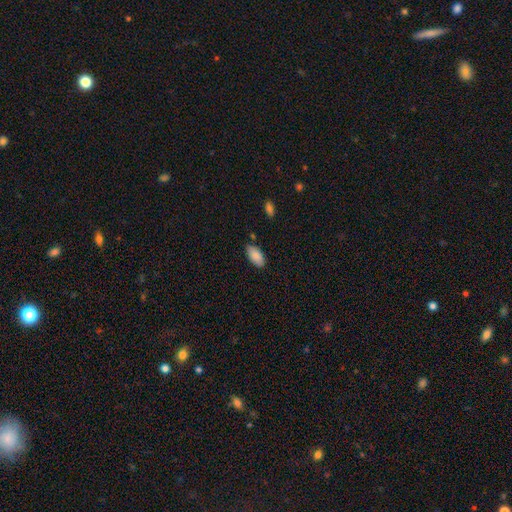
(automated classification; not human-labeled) This is clearly a smooth galaxy (88%). How rounded: clearly in between (93%). Merging: clearly none (80%).